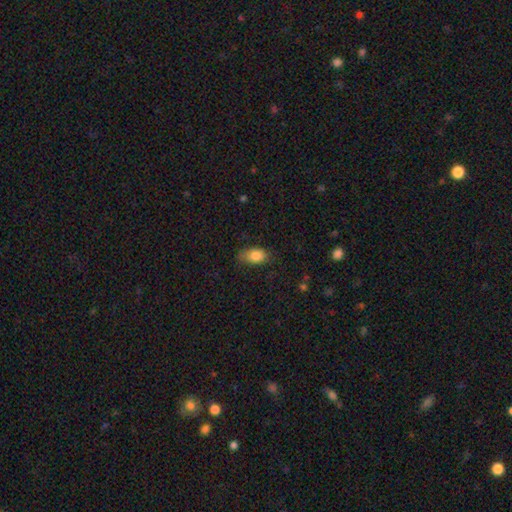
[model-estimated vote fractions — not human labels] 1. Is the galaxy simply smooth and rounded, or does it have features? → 84% smooth, 8% featured or disk, 8% star or artifact.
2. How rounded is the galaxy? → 87% in between, 10% round, 3% cigar-shaped.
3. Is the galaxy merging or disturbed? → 66% none, 26% minor disturbance, 7% major disturbance, 1% merger.